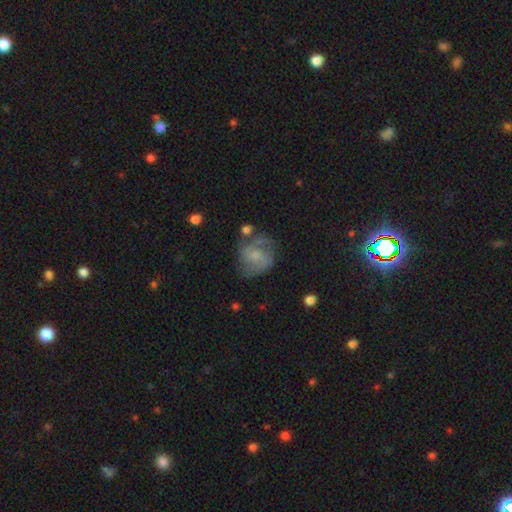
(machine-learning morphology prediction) A featured or disk galaxy (59%) with no bar (56%), spiral arms (80%) and a small central bulge (38%). Merging: none (54%).